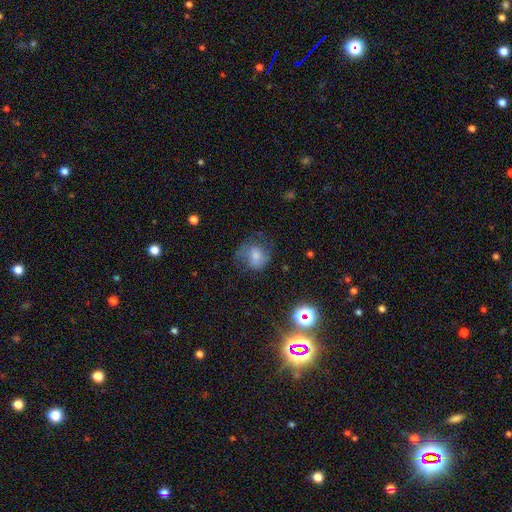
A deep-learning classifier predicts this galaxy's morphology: Smooth or featured?
  - smooth: 42% *
  - featured or disk: 38%
  - star or artifact: 20%
Merging?
  - none: 58% *
  - minor disturbance: 23%
  - major disturbance: 17%
  - merger: 2%